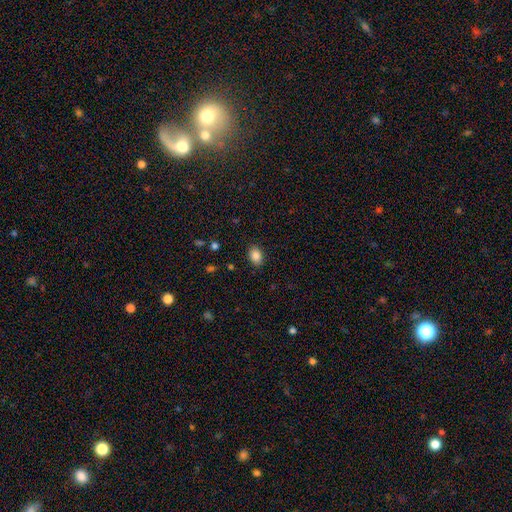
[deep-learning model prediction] Morphology: type=smooth (87%); roundness=in between (78%); merging=none (87%).